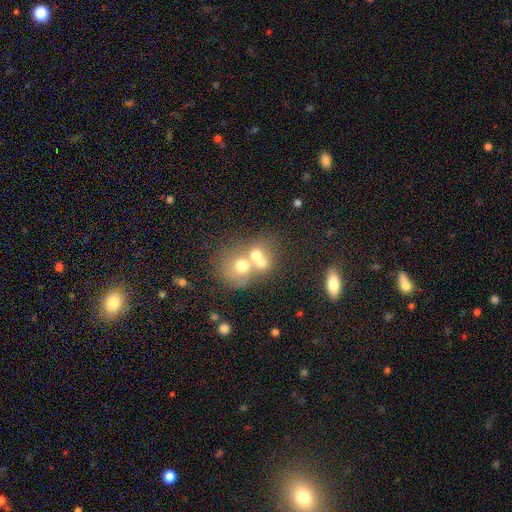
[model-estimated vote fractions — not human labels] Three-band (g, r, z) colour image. It shows a smooth galaxy with no disk features (59%) that is round (73%). Merging: merger (65%).